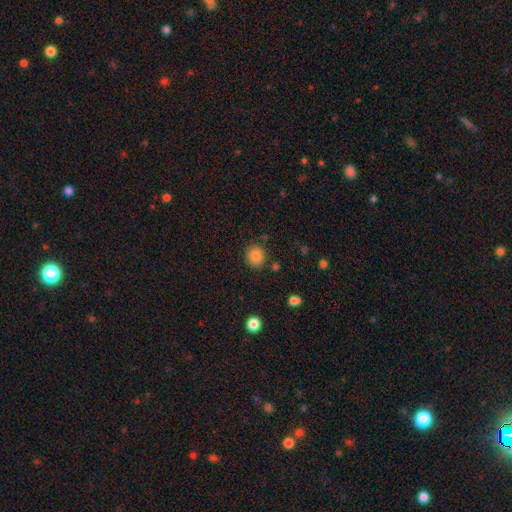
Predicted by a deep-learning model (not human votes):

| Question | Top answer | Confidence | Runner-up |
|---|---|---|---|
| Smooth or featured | smooth | 83% | star or artifact (10%) |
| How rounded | round | 84% | in between (15%) |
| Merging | none | 85% | minor disturbance (10%) |